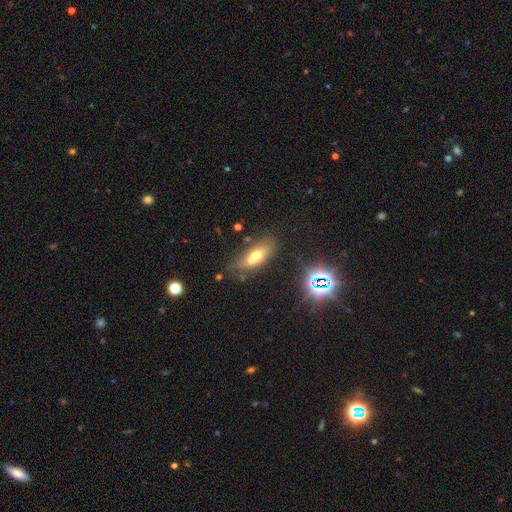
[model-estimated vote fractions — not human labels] A smooth galaxy with no disk features (56%) that is in between round and cigar-shaped (73%). Merging: none (58%).